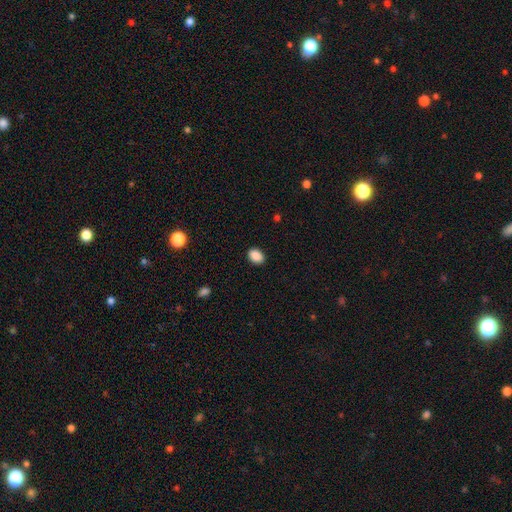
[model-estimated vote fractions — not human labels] Smooth or featured? smooth (89%)
How rounded? in between (74%)
Merging? none (90%)